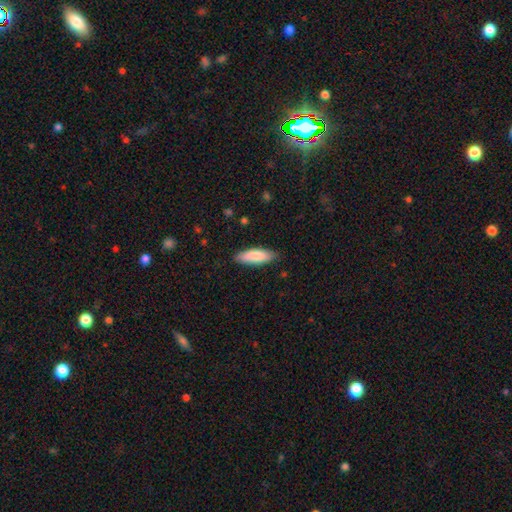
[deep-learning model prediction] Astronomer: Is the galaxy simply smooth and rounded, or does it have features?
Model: smooth — 84%.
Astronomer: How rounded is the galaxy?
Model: in between — 60% (runner-up: cigar-shaped, 38%).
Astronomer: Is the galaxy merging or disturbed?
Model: none — 84%.